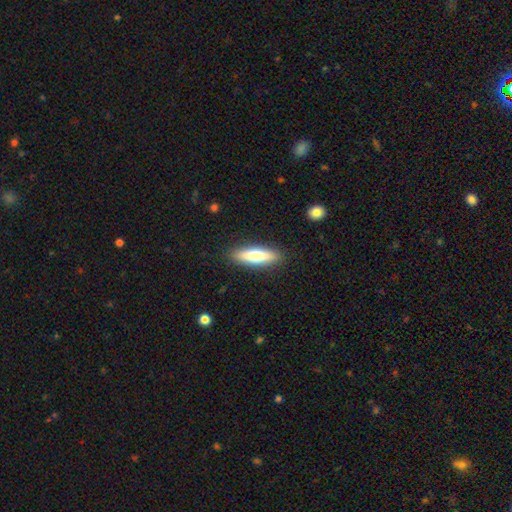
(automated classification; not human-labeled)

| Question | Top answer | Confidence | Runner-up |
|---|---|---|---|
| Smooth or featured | smooth | 68% | featured or disk (27%) |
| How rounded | cigar-shaped | 62% | in between (36%) |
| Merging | none | 89% | minor disturbance (8%) |